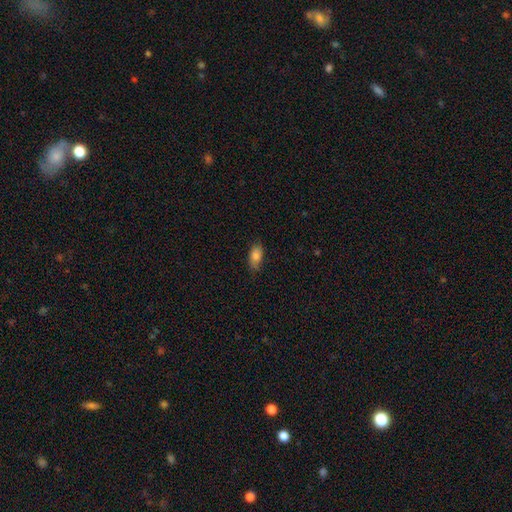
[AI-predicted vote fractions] This appears to be a smooth galaxy with no disk features (81%) that is in between round and cigar-shaped (89%). Merging: none (72%).